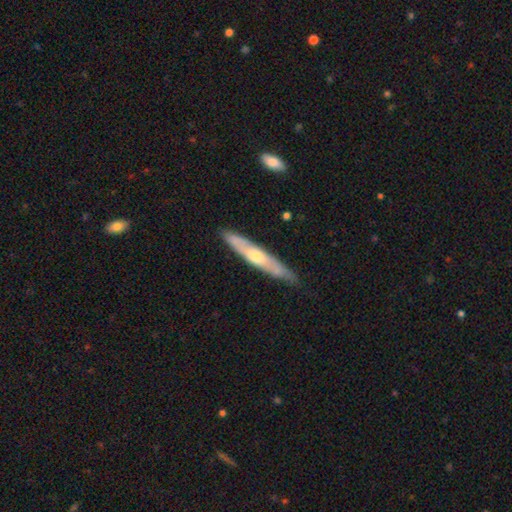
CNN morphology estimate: type=featured or disk (63%); edge-on=yes (81%); edge-on bulge=rounded (79%); merging=none (84%).